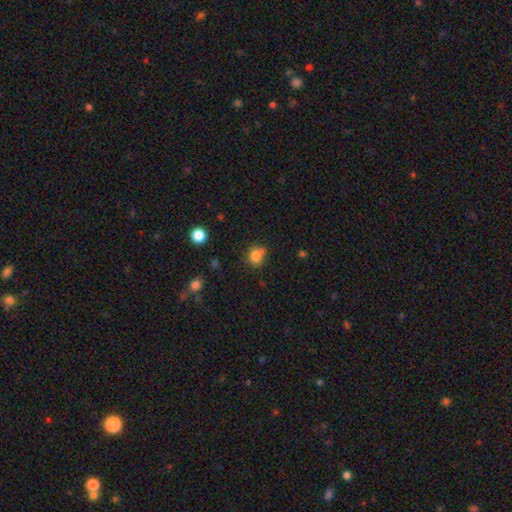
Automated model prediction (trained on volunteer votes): smooth-or-featured: smooth: 80% | star or artifact: 12% | featured or disk: 8%
  how-rounded: round: 71% | in between: 28% | cigar-shaped: 1%
  merging: none: 57% | minor disturbance: 21% | merger: 16% | major disturbance: 6%